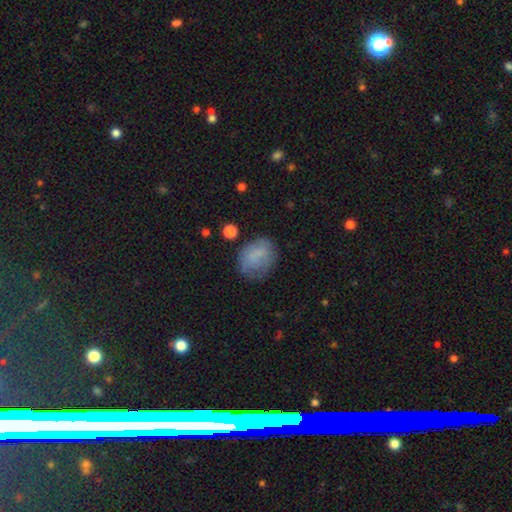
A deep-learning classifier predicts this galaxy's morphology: Smooth or featured?
  - smooth: 72% *
  - featured or disk: 18%
  - star or artifact: 10%
How rounded?
  - in between: 56% *
  - round: 43%
  - cigar-shaped: 1%
Merging?
  - none: 61% *
  - minor disturbance: 25%
  - major disturbance: 11%
  - merger: 2%